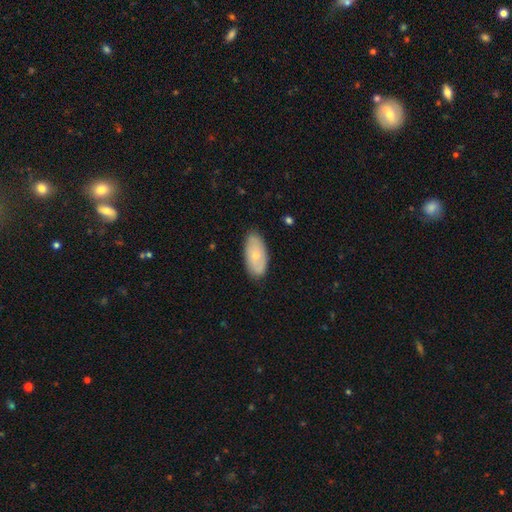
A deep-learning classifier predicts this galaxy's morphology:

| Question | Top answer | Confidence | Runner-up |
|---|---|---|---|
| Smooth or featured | smooth | 61% | featured or disk (33%) |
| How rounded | in between | 93% | cigar-shaped (4%) |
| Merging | none | 82% | minor disturbance (14%) |